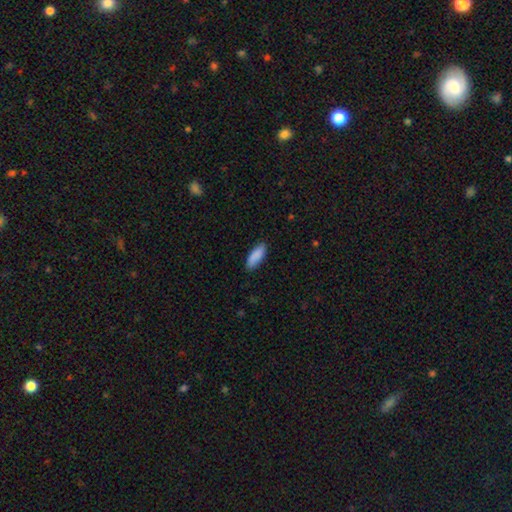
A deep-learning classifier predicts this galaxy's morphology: The model was most divided on "how rounded": in between: 69%, cigar-shaped: 29%, round: 2%. More confident: smooth or featured — smooth (88%); merging — none (84%).